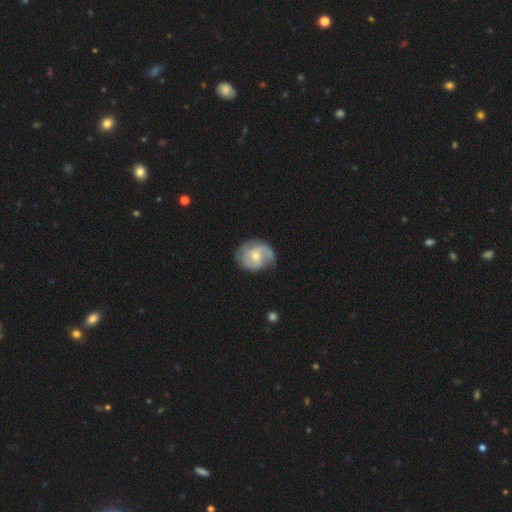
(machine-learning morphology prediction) smooth_or_featured: featured or disk (p=0.70) [alt: smooth p=0.24]
disk_edge_on: no (p=0.98) [alt: yes p=0.02]
bar: no (p=0.58) [alt: weak p=0.37]
has_spiral_arms: yes (p=0.91) [alt: no p=0.09]
spiral_winding: medium (p=0.43) [alt: tight p=0.35]
spiral_arm_count: 2 (p=0.48) [alt: can't tell p=0.21]
bulge_size: small (p=0.49) [alt: moderate p=0.44]
merging: none (p=0.64) [alt: minor disturbance p=0.23]